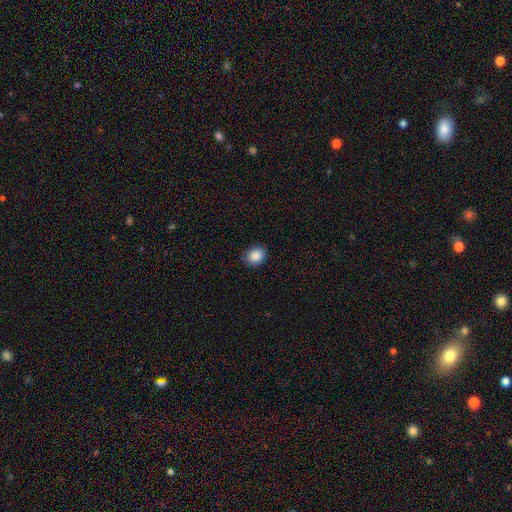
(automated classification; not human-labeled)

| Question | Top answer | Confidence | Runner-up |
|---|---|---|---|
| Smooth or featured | smooth | 88% | star or artifact (9%) |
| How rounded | round | 60% | in between (39%) |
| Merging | none | 85% | minor disturbance (11%) |